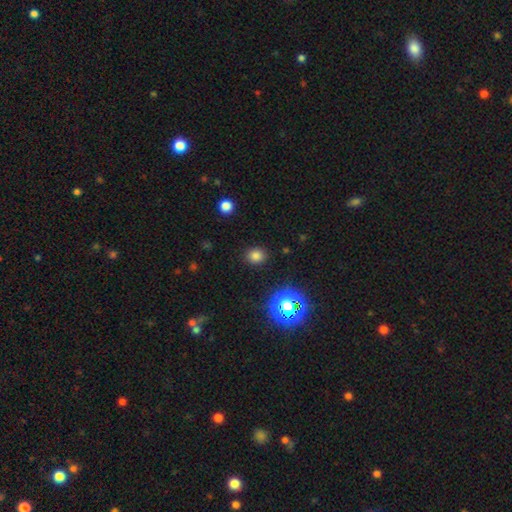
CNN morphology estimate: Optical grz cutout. It shows a smooth galaxy with no disk features (77%) that is round (70%). Merging: none (88%).